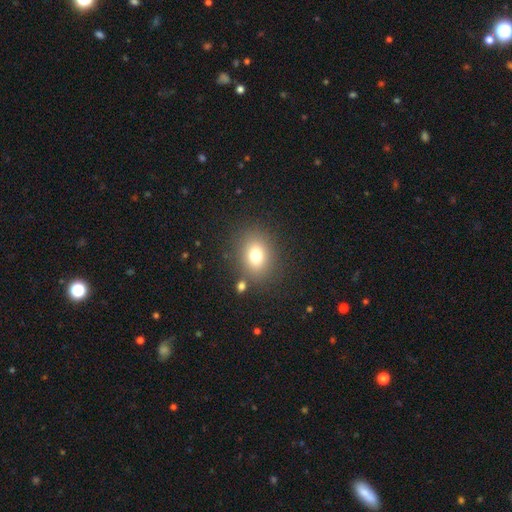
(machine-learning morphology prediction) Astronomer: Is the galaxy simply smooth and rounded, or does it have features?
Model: smooth — 76%.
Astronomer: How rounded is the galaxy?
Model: round — 51% (runner-up: in between, 48%).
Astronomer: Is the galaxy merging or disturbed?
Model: none — 82%.